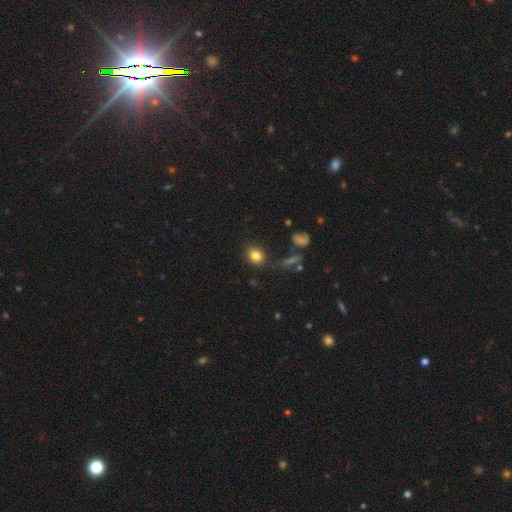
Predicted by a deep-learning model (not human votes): smooth 82%, star or artifact 11%, featured or disk 7%. Down the decision tree: how rounded — round (58%); merging — none (81%).